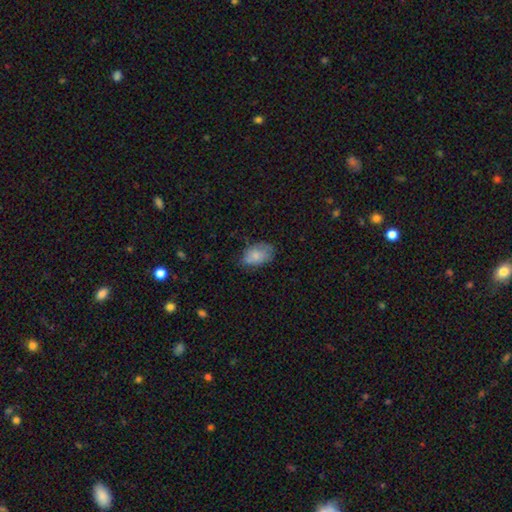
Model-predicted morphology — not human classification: type=smooth (77%); roundness=in between (88%); merging=none (58%).